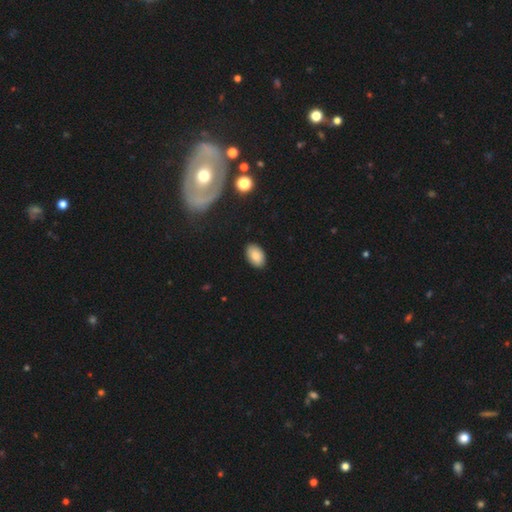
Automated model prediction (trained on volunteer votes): Smooth or featured: smooth — 87% (star or artifact — 7%)
How rounded: in between — 92% (round — 7%)
Merging: none — 88% (minor disturbance — 9%)